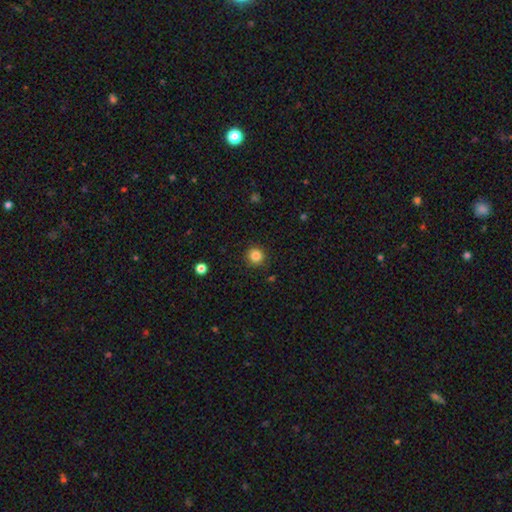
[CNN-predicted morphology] A smooth galaxy with no disk features (85%) that is round (95%). Merging: none (91%).